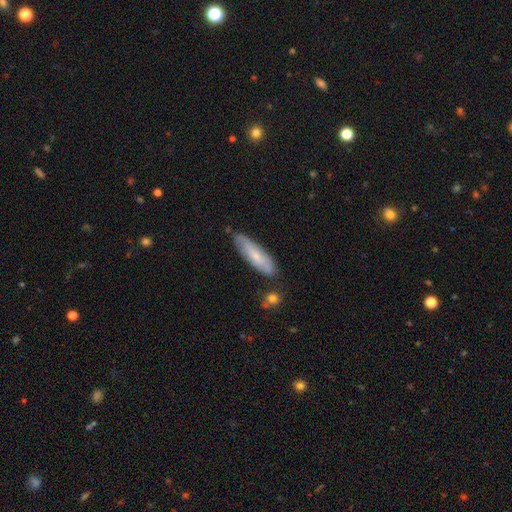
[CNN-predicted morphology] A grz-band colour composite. It shows a smooth galaxy with no disk features (62%) that is cigar-shaped (67%). Merging: none (76%).